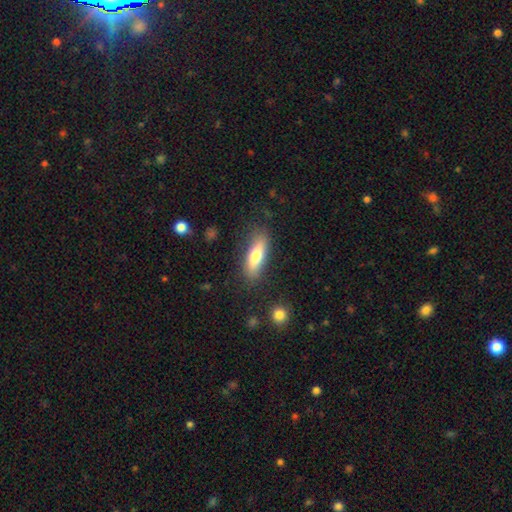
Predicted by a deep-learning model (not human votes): smooth 73%, featured or disk 20%, star or artifact 6%. Down the decision tree: how rounded — in between (51%); merging — none (81%).